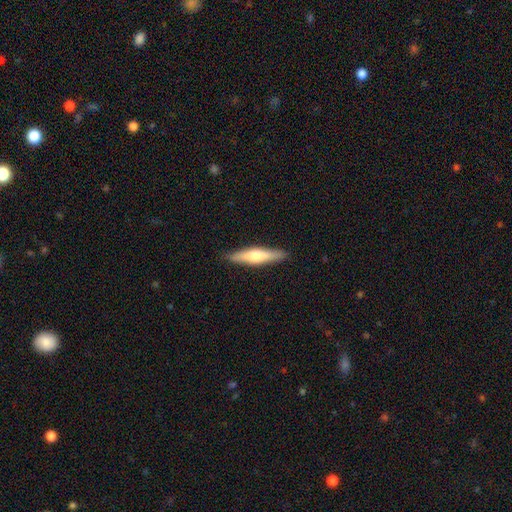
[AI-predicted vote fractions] The model was most divided on "smooth or featured": smooth: 52%, featured or disk: 43%, star or artifact: 5%. More confident: merging — none (90%); how rounded — cigar-shaped (78%).